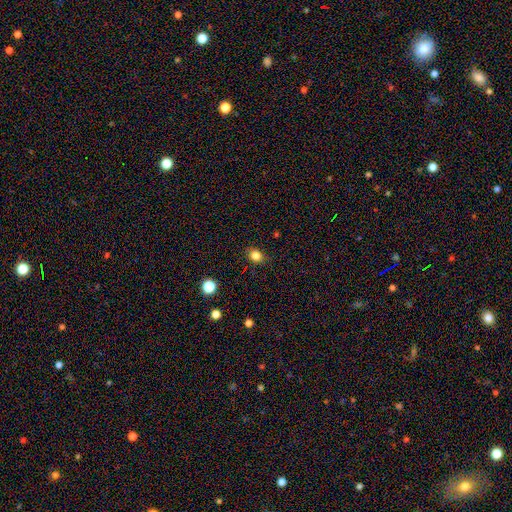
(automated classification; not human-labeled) Overall: smooth (83%). How rounded: in between (52%; round 47%). Merging: none (82%).